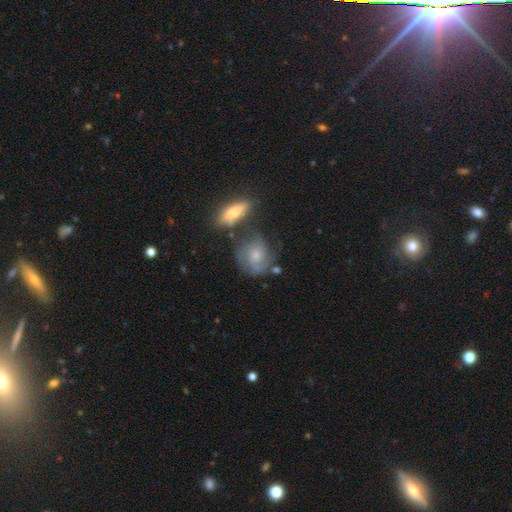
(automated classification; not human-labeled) The model was most divided on "spiral winding": tight: 48%, medium: 38%, loose: 13%. Remaining: edge-on disk — no (97%); spiral arms — yes (90%); bar — no (71%); smooth or featured — featured or disk (70%); merging — none (56%); bulge size — small (50%); spiral arm count — 2 (37%).